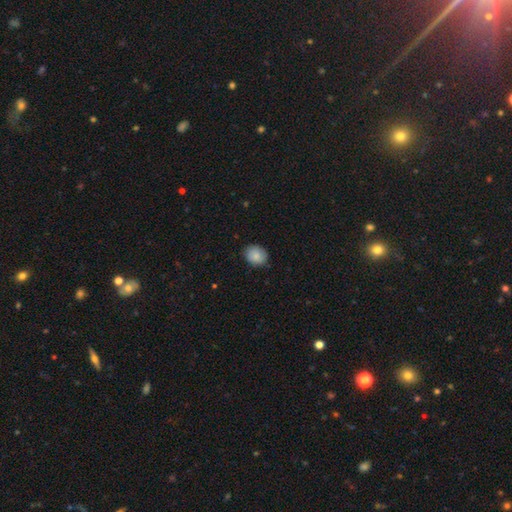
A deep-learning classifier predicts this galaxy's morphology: Smooth or featured? smooth (82%)
How rounded? round (59%)
Merging? none (82%)